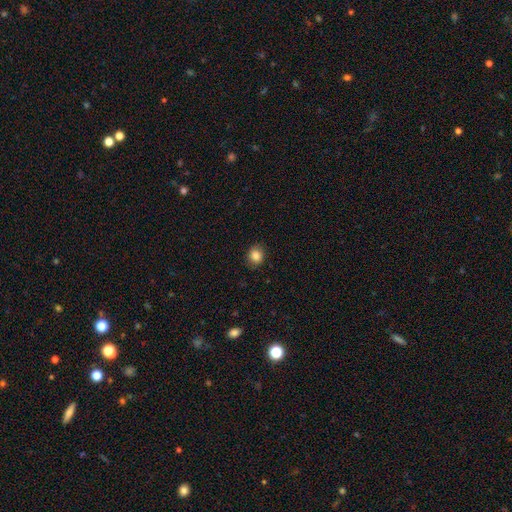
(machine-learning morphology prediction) smooth-or-featured: smooth: 85% | star or artifact: 10% | featured or disk: 5%
  how-rounded: round: 71% | in between: 28% | cigar-shaped: 1%
  merging: none: 88% | minor disturbance: 9% | major disturbance: 2% | merger: 1%